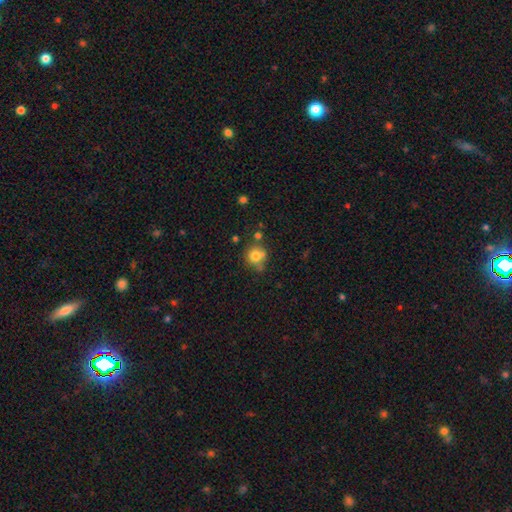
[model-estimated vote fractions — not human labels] Morphology: type=smooth (78%); roundness=round (87%); merging=none (62%).